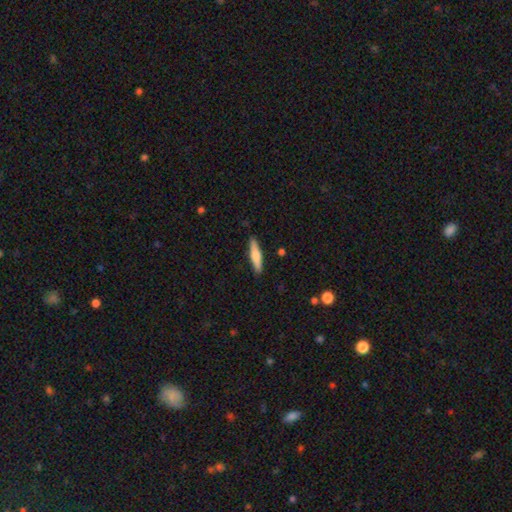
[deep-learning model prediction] Smooth or featured: smooth — 63% (featured or disk — 31%)
How rounded: cigar-shaped — 83% (in between — 15%)
Merging: none — 88% (minor disturbance — 9%)